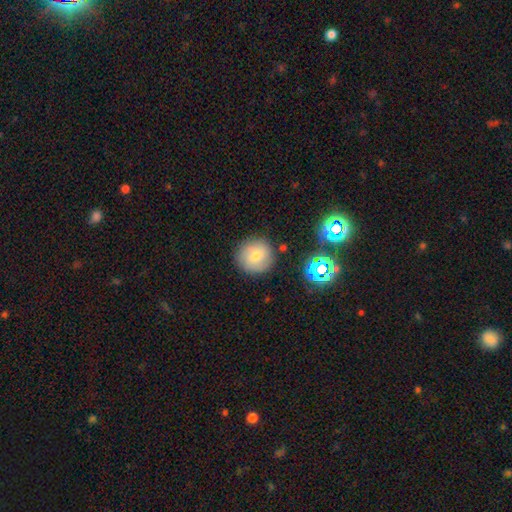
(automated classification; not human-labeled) Smooth or featured?
  - smooth: 71% *
  - featured or disk: 17%
  - star or artifact: 12%
How rounded?
  - round: 92% *
  - in between: 7%
  - cigar-shaped: 1%
Merging?
  - none: 85% *
  - minor disturbance: 9%
  - merger: 3%
  - major disturbance: 3%